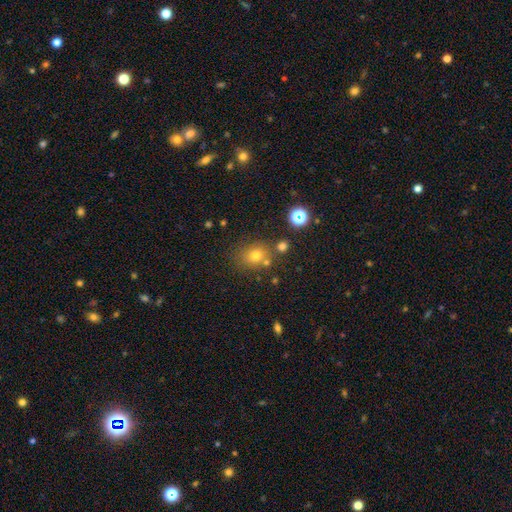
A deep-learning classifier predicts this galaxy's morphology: Smooth or featured? smooth (68%)
How rounded? round (64%)
Merging? none (69%)